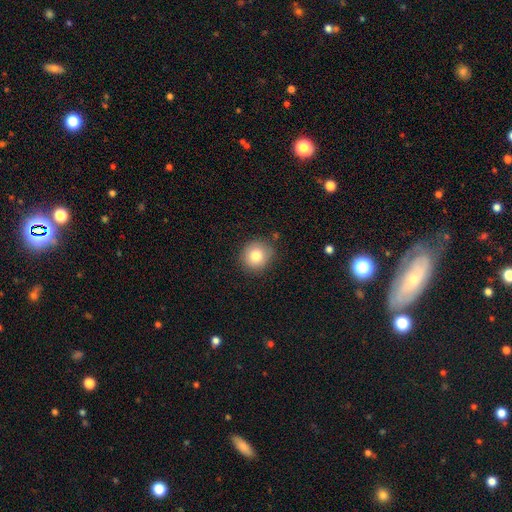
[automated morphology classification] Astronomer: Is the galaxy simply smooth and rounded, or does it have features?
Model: smooth — 80%.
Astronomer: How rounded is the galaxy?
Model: round — 87%.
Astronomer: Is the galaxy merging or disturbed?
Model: none — 82%.